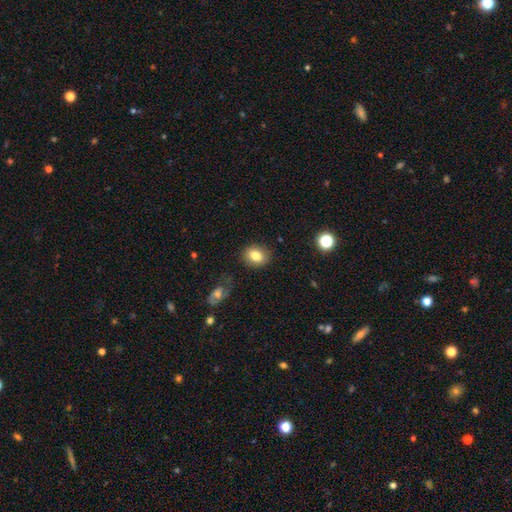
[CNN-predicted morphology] Smooth or featured? smooth (82%)
How rounded? in between (56%)
Merging? none (84%)